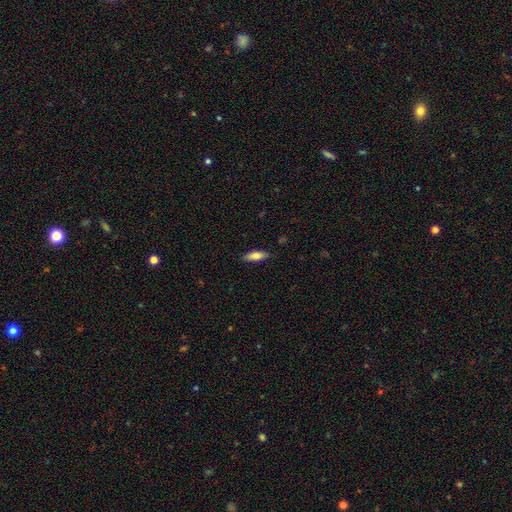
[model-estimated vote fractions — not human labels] Smooth or featured?
  - smooth: 77% *
  - featured or disk: 16%
  - star or artifact: 6%
How rounded?
  - in between: 61% *
  - cigar-shaped: 37%
  - round: 2%
Merging?
  - none: 85% *
  - minor disturbance: 11%
  - major disturbance: 2%
  - merger: 1%